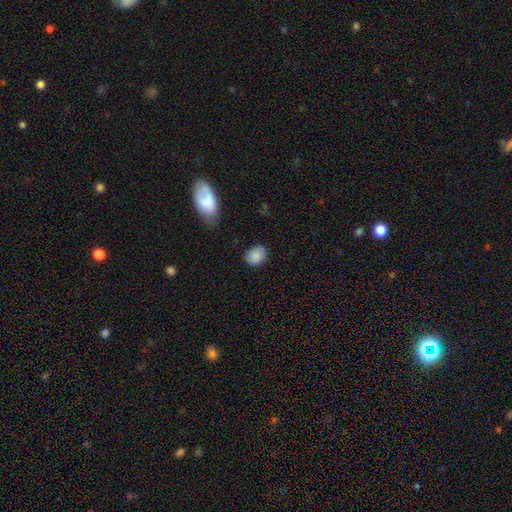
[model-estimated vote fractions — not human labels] Morphology: type=smooth (87%); roundness=round (52%); merging=none (83%).